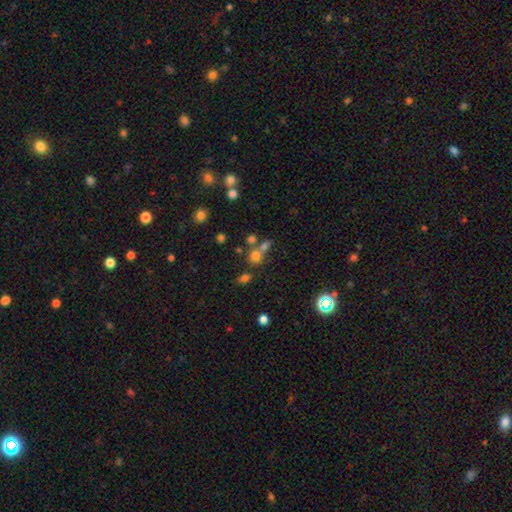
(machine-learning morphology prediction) The model was most divided on "merging": none: 51%, merger: 35%, minor disturbance: 9%, major disturbance: 5%. More confident: how rounded — round (80%); smooth or featured — smooth (68%).